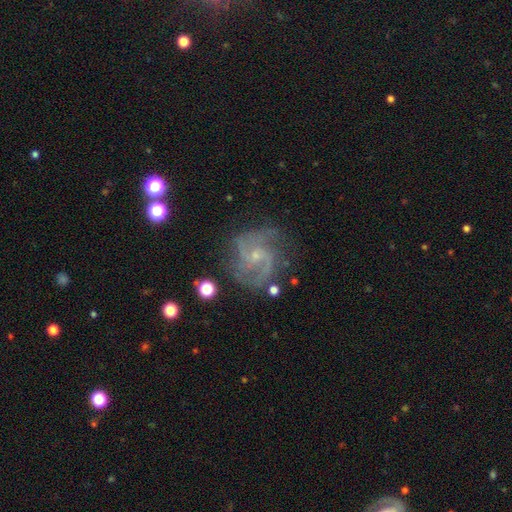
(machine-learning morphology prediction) A featured or disk galaxy (86%) with no bar (51%), 2 (59%) medium (54%) spiral arms (97%) and a small central bulge (75%).

Vote fractions:
- Smooth or featured? featured or disk: 86% / star or artifact: 7% / smooth: 7%
- Edge-on disk? no: 98% / yes: 2%
- Bar? no: 51% / weak: 40% / strong: 9%
- Spiral arms? yes: 97% / no: 3%
- Spiral winding? medium: 54% / tight: 26% / loose: 20%
- Spiral arm count? 2: 59% / 3: 18% / can't tell: 11% / 4: 5% / 1: 4% / more than 4: 4%
- Bulge size? small: 75% / moderate: 19% / none: 4% / large: 1% / dominant: 1%
- Merging? none: 72% / minor disturbance: 17% / major disturbance: 8% / merger: 2%